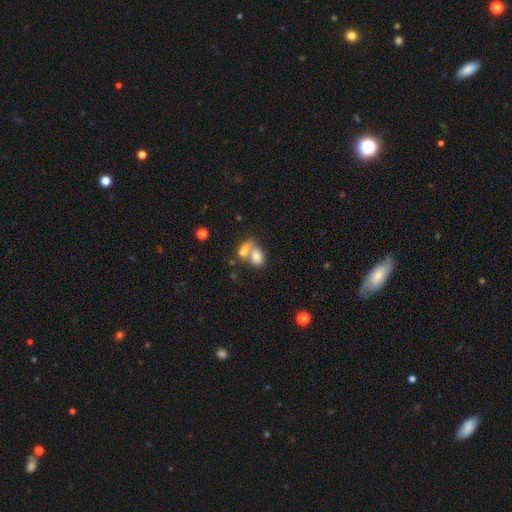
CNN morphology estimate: A smooth galaxy with no disk features (76%) that is in between round and cigar-shaped (80%). Merging: merger (63%).